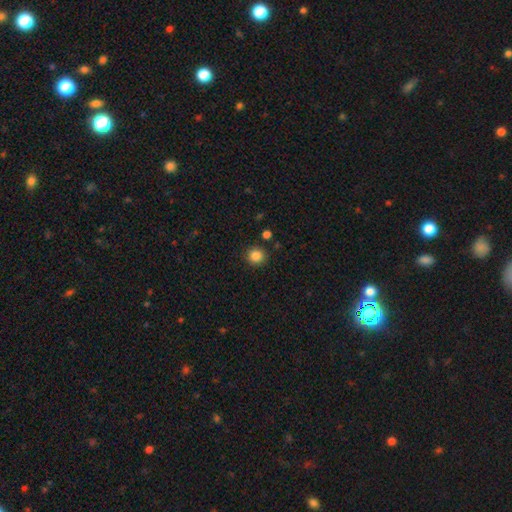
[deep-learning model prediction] A smooth galaxy with no disk features (85%) that is round (89%). Merging: none (88%).